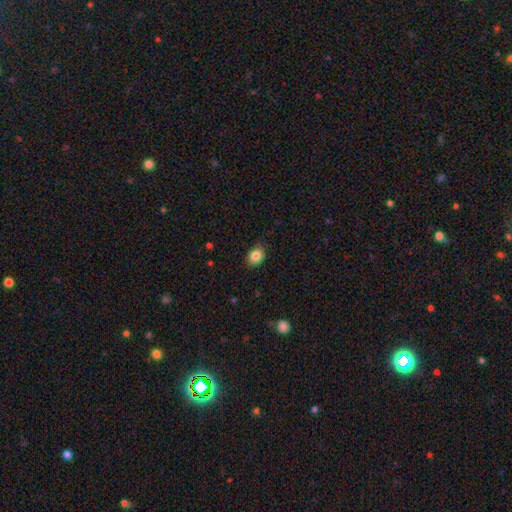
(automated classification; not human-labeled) Morphology: type=smooth (85%); roundness=in between (54%); merging=none (80%).